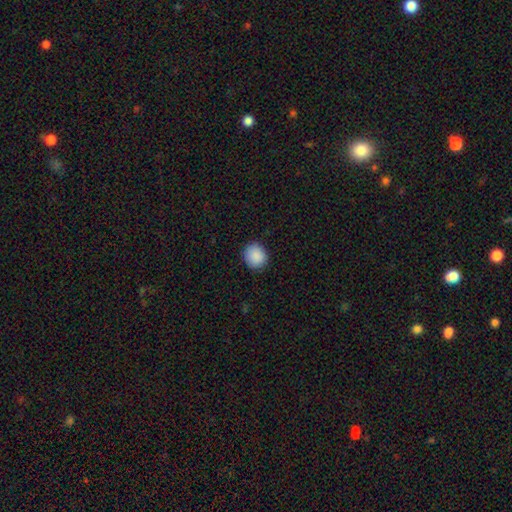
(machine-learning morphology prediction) This appears to be a smooth galaxy with no disk features (89%) that is round (82%). Merging: none (88%).